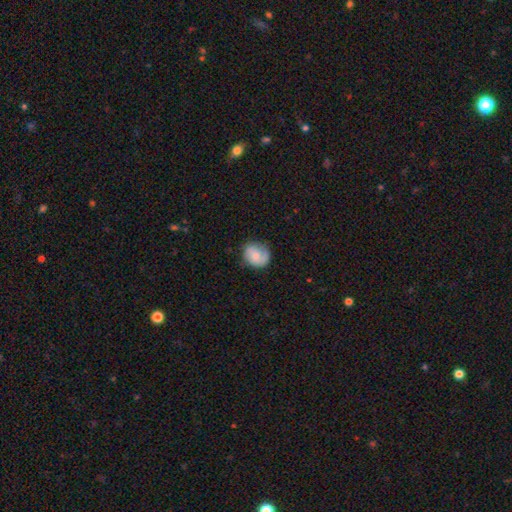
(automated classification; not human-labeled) Smooth or featured? smooth (55%)
How rounded? round (71%)
Merging? none (65%)